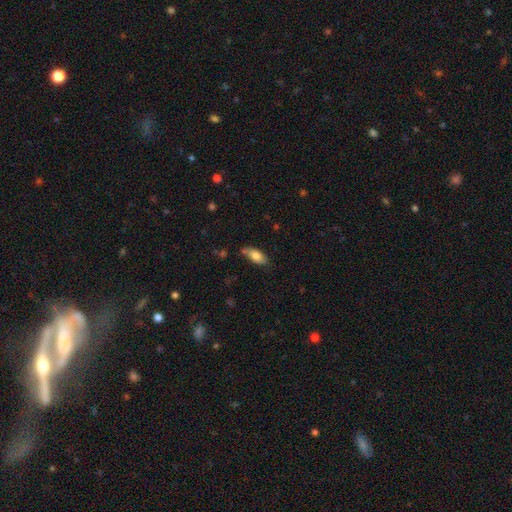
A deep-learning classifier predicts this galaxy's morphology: Smooth or featured: smooth — 78% (featured or disk — 15%)
How rounded: in between — 87% (cigar-shaped — 10%)
Merging: none — 71% (minor disturbance — 21%)